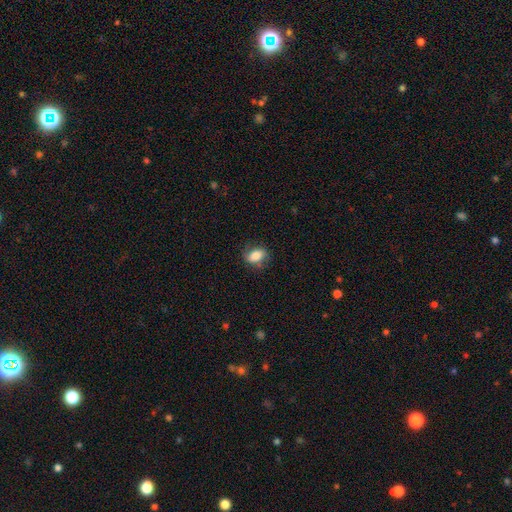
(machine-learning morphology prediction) The model was most divided on "merging": none: 76%, minor disturbance: 18%, major disturbance: 5%, merger: 1%. More confident: how rounded — in between (81%); smooth or featured — smooth (79%).